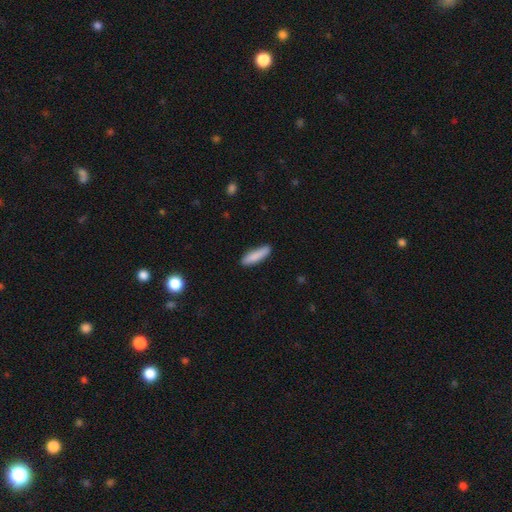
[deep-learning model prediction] smooth 87%, featured or disk 8%, star or artifact 6%. Down the decision tree: how rounded — cigar-shaped (72%); merging — none (86%).